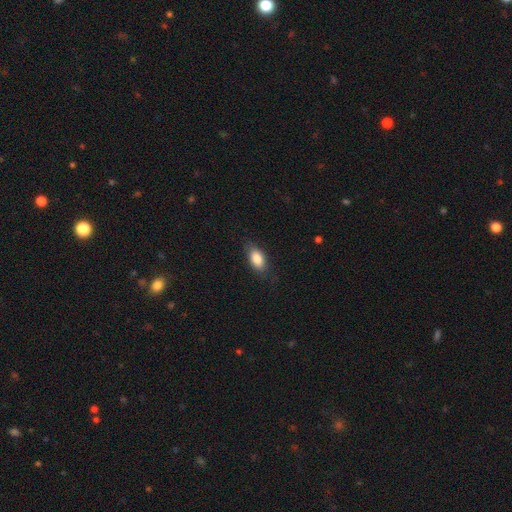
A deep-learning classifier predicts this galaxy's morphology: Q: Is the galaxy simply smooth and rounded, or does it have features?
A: smooth — 85%.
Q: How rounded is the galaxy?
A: in between — 89%.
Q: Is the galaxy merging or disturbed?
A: none — 79%.